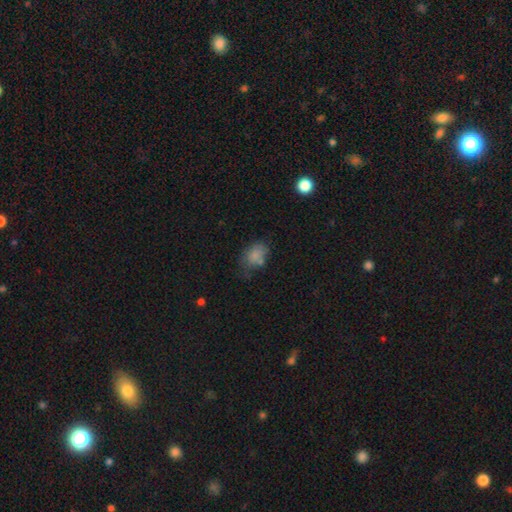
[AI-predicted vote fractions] A smooth galaxy with no disk features (74%) that is in between round and cigar-shaped (75%).

Vote fractions:
- Smooth or featured? smooth: 74% / featured or disk: 15% / star or artifact: 11%
- How rounded? in between: 75% / round: 24% / cigar-shaped: 1%
- Merging? none: 46% / minor disturbance: 29% / major disturbance: 15% / merger: 10%